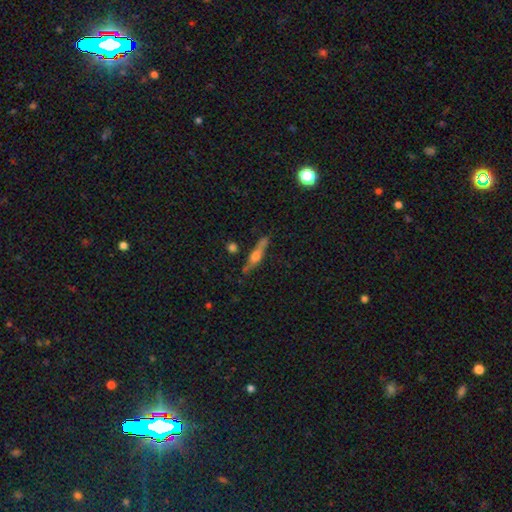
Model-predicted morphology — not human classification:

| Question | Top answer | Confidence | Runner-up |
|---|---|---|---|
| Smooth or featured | featured or disk | 49% | smooth (43%) |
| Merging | none | 72% | minor disturbance (17%) |